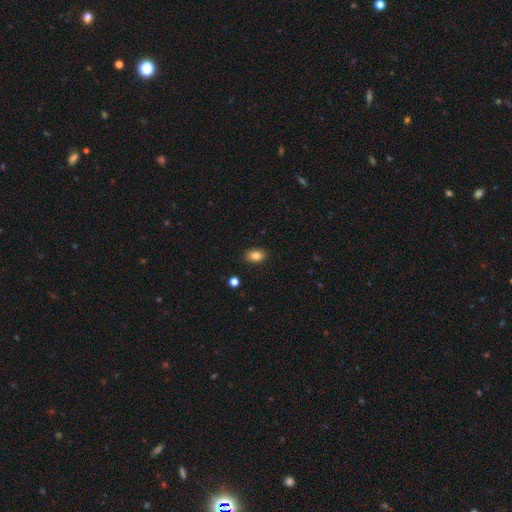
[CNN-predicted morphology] smooth_or_featured: smooth (p=0.86) [alt: star or artifact p=0.09]
how_rounded: in between (p=0.85) [alt: round p=0.14]
merging: none (p=0.87) [alt: minor disturbance p=0.09]